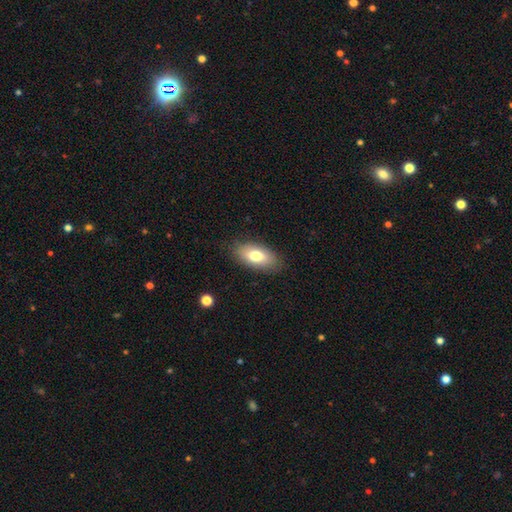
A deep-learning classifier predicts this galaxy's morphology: smooth 75%, featured or disk 18%, star or artifact 7%. Down the decision tree: how rounded — in between (90%); merging — none (86%).